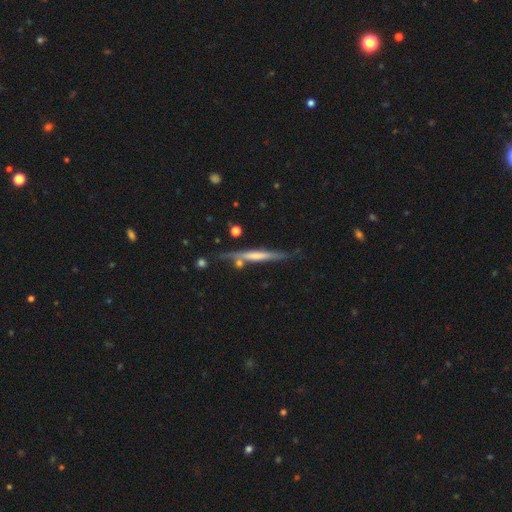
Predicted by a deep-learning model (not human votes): smooth-or-featured: featured or disk: 51% | smooth: 43% | star or artifact: 6%
  disk-edge-on: yes: 92% | no: 8%
  merging: none: 67% | minor disturbance: 18% | merger: 9% | major disturbance: 5%